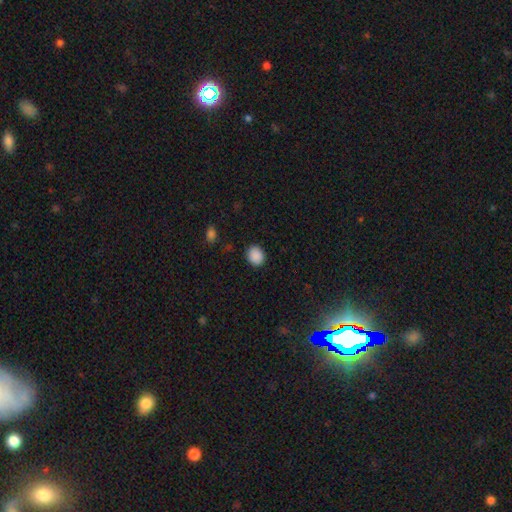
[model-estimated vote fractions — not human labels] Morphology: type=smooth (89%); roundness=round (64%); merging=none (88%).